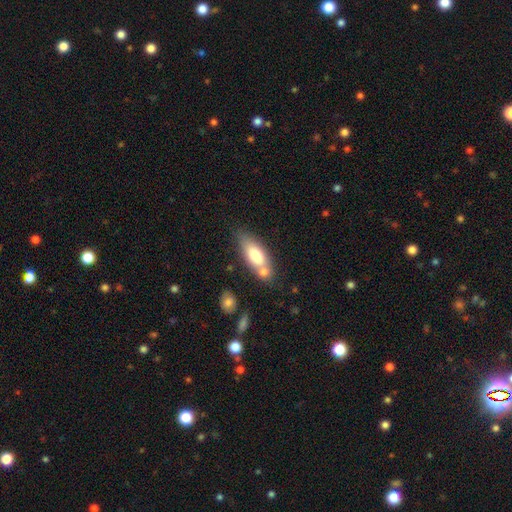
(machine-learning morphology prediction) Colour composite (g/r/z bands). It shows a smooth galaxy with no disk features (72%) that is in between round and cigar-shaped (73%). Merging: none (51%).